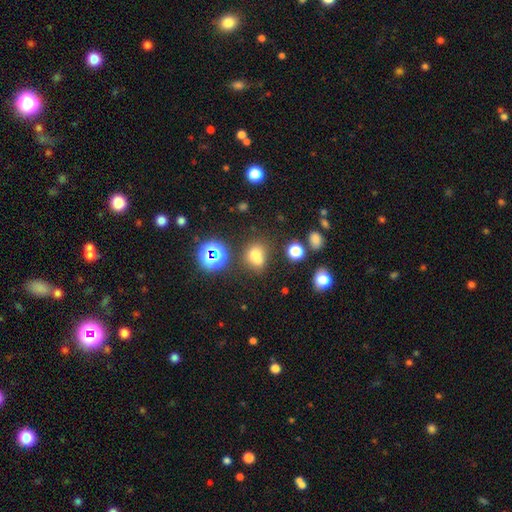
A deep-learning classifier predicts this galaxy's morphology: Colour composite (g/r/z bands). It shows a smooth galaxy with no disk features (63%) that is round (64%). Merging: merger (43%).